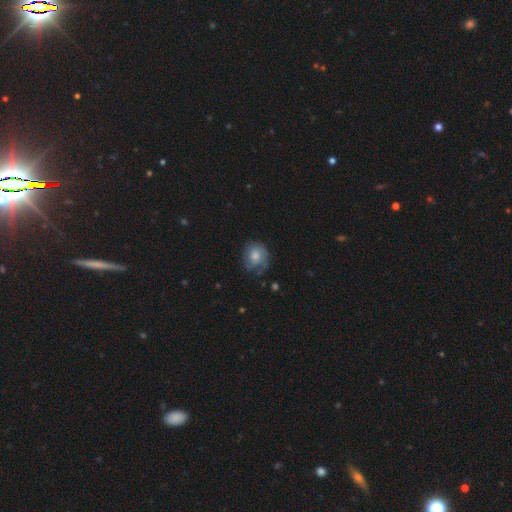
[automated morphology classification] smooth-or-featured: smooth: 49% | featured or disk: 42% | star or artifact: 8%
  merging: none: 57% | minor disturbance: 26% | major disturbance: 15% | merger: 2%